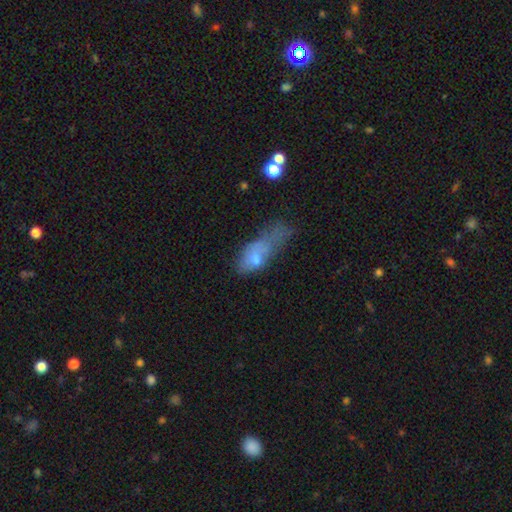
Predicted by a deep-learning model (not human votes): This appears to be a smooth galaxy with no disk features (61%) that is in between round and cigar-shaped (76%). Merging: major disturbance (42%).